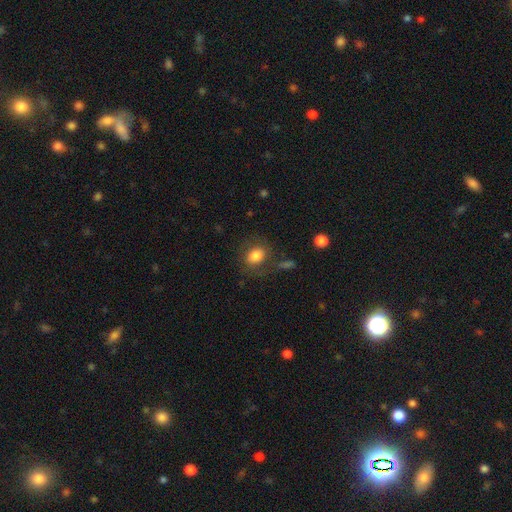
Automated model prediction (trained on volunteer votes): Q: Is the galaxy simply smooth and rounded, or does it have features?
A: smooth — 79%.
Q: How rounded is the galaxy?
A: round — 50%.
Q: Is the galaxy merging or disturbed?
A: none — 71%.